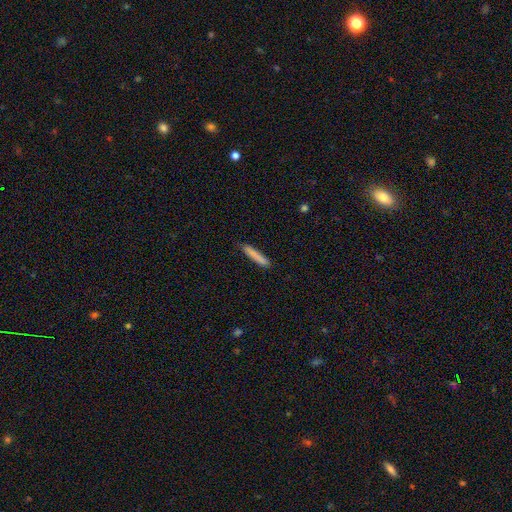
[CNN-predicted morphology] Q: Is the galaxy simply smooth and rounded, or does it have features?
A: smooth — 83%.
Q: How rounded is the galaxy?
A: cigar-shaped — 93%.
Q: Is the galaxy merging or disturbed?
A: none — 85%.